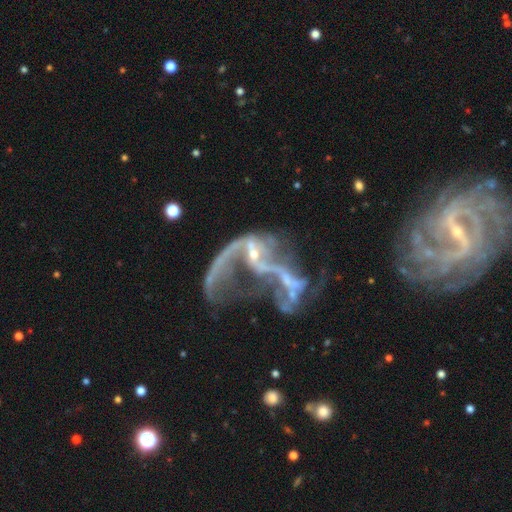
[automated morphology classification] Smooth or featured? Predicted: featured or disk (p=0.79). Edge-on disk? Predicted: no (p=0.96). Bar? Predicted: no (p=0.61). Spiral arms? Predicted: yes (p=0.58). Bulge size? Predicted: small (p=0.51). Merging? Predicted: merger (p=0.44).